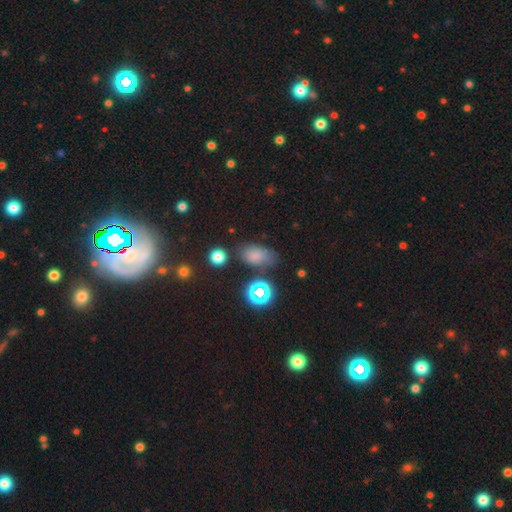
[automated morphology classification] A smooth galaxy with no disk features (69%) that is in between round and cigar-shaped (84%). Merging: none (61%).